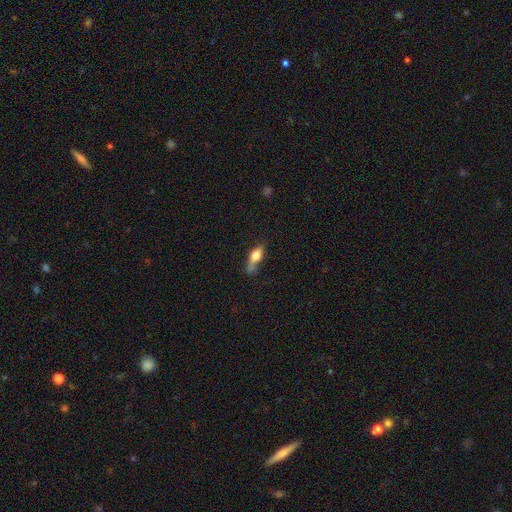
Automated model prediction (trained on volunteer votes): Smooth or featured?
  - smooth: 68% *
  - featured or disk: 24%
  - star or artifact: 8%
How rounded?
  - in between: 65% *
  - cigar-shaped: 28%
  - round: 7%
Merging?
  - none: 41% *
  - minor disturbance: 31%
  - major disturbance: 17%
  - merger: 11%